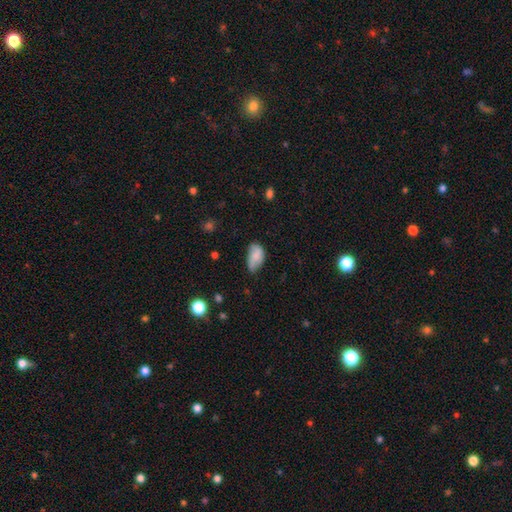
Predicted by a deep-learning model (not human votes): The model was most divided on "merging": none: 44%, minor disturbance: 40%, major disturbance: 13%, merger: 3%. More confident: how rounded — in between (92%); smooth or featured — smooth (75%).